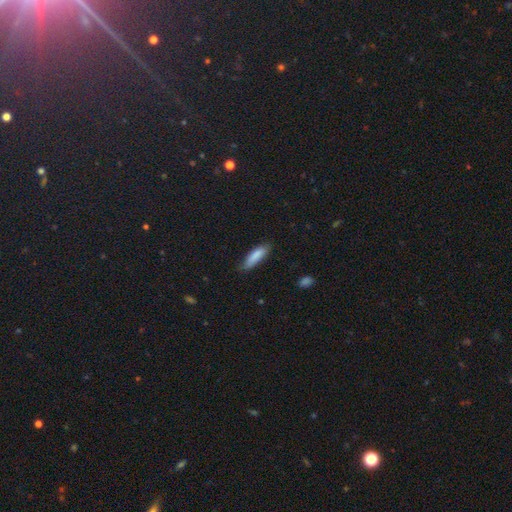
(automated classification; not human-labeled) Smooth or featured? Predicted: smooth (p=0.85). How rounded? Predicted: cigar-shaped (p=0.59). Merging? Predicted: none (p=0.73).